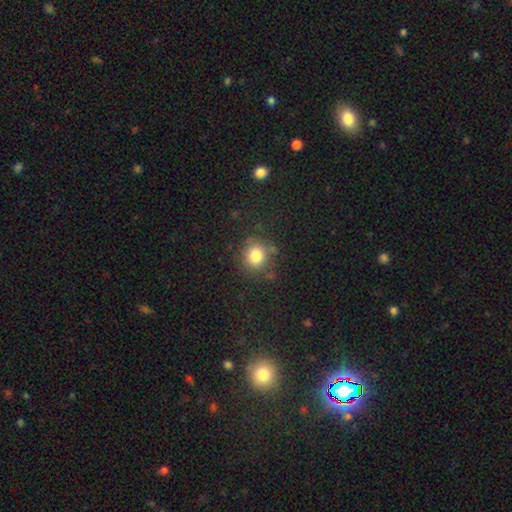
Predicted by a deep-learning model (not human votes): smooth_or_featured: smooth (p=0.80) [alt: star or artifact p=0.13]
how_rounded: round (p=0.85) [alt: in between p=0.14]
merging: none (p=0.76) [alt: minor disturbance p=0.15]